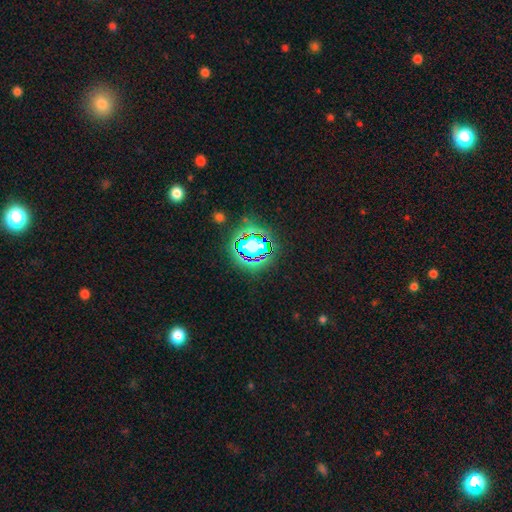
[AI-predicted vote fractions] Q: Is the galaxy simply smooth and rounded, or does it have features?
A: star or artifact — 76%.